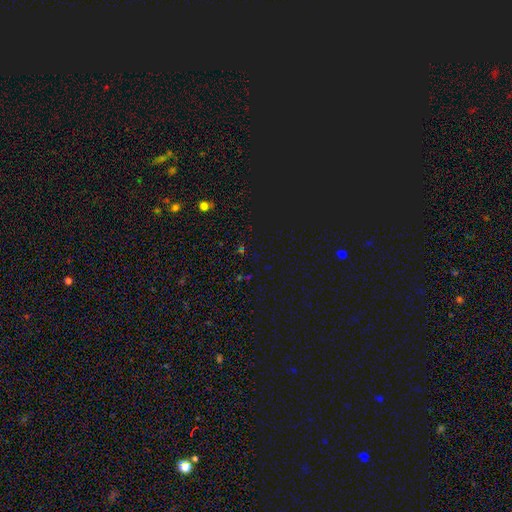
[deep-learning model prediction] A star or artifact, not a galaxy (65%).